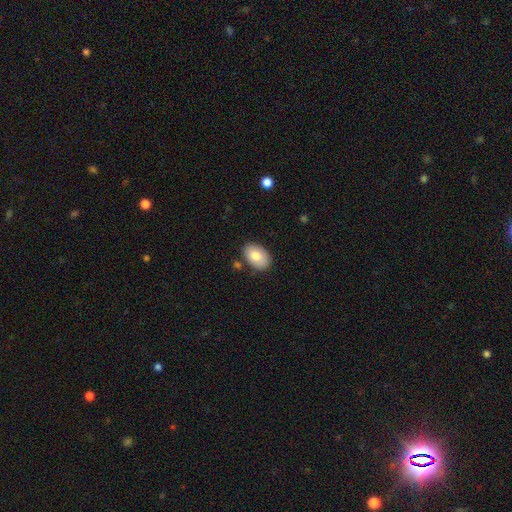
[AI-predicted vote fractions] This appears to be a smooth galaxy with no disk features (80%) that is in between round and cigar-shaped (87%). Merging: none (82%).